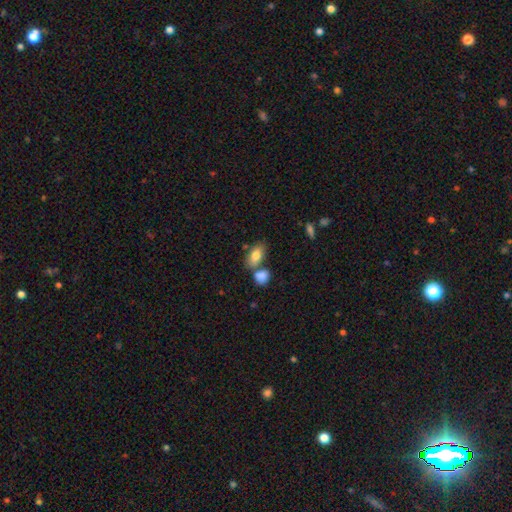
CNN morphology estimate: smooth 81%, featured or disk 12%, star or artifact 7%. Down the decision tree: how rounded — in between (89%); merging — none (55%).